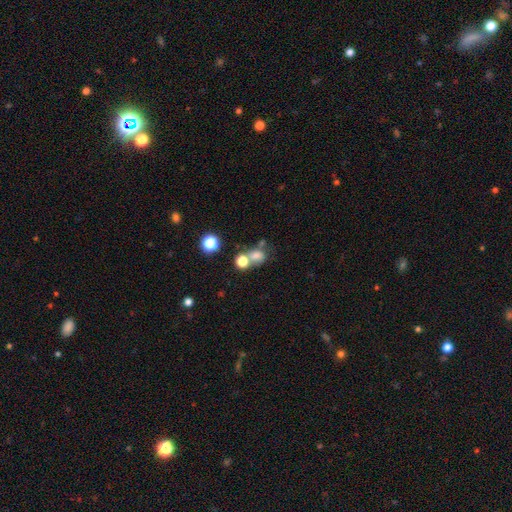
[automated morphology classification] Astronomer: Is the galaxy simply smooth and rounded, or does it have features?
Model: smooth — 69%.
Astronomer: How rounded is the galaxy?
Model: round — 58% (runner-up: in between, 40%).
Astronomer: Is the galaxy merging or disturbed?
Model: merger — 41% (runner-up: none, 37%).